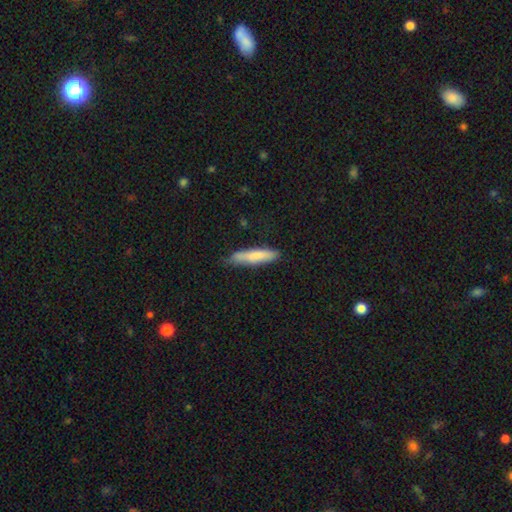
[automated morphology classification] Smooth or featured? smooth (77%)
How rounded? cigar-shaped (84%)
Merging? none (73%)